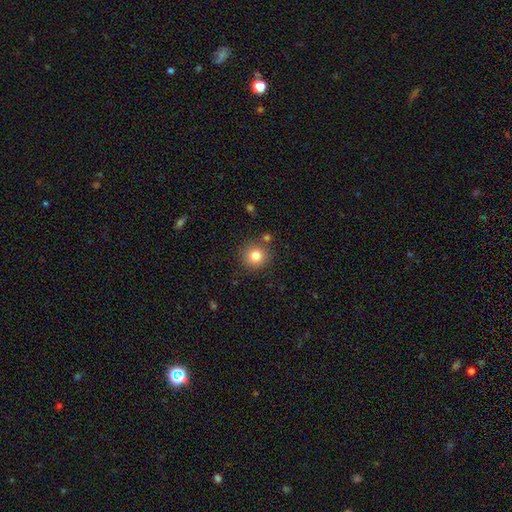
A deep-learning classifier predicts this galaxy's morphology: Smooth or featured?
  - smooth: 81% *
  - star or artifact: 11%
  - featured or disk: 7%
How rounded?
  - round: 93% *
  - in between: 6%
  - cigar-shaped: 1%
Merging?
  - none: 83% *
  - minor disturbance: 8%
  - merger: 6%
  - major disturbance: 3%